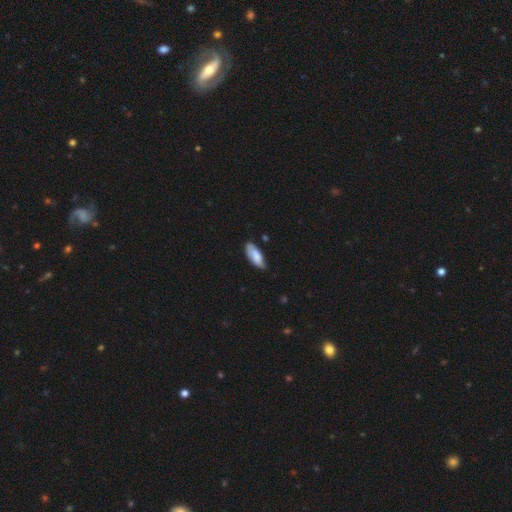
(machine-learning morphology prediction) This appears to be a smooth galaxy with no disk features (76%) that is in between round and cigar-shaped (76%). Merging: none (61%).